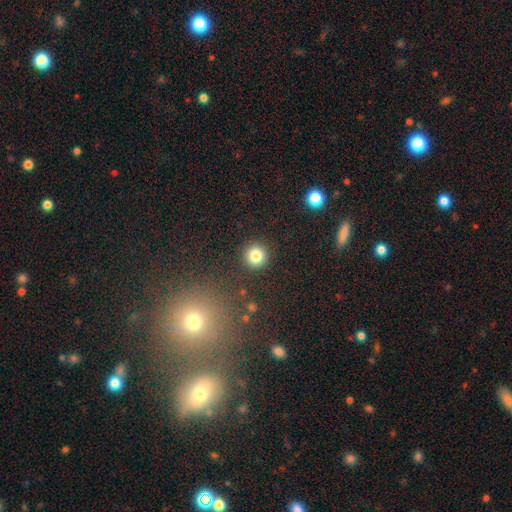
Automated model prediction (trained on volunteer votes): This is clearly a smooth galaxy (82%). How rounded: clearly round (95%). Merging: clearly none (91%).